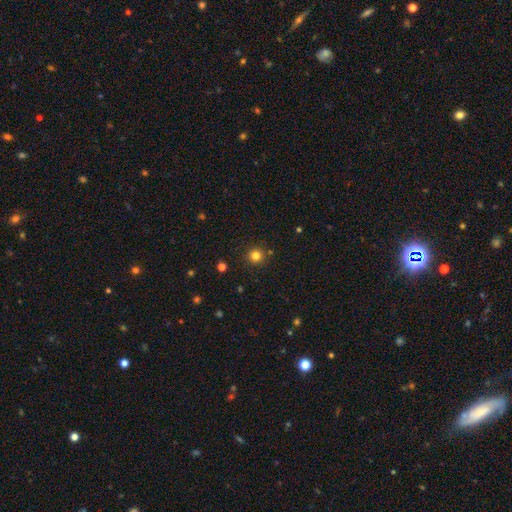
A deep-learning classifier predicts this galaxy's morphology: A smooth galaxy with no disk features (80%) that is round (94%). Merging: none (89%).